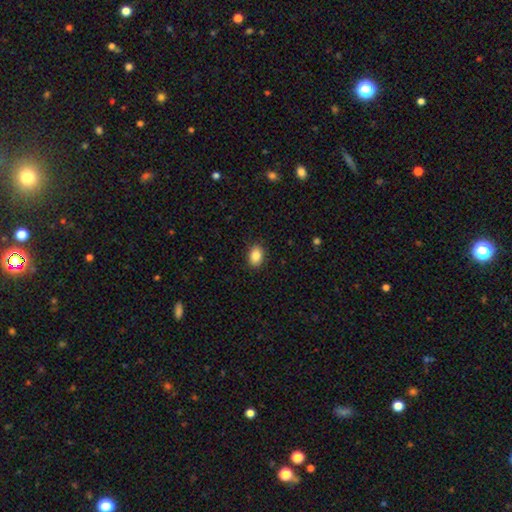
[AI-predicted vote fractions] Smooth or featured? smooth (87%)
How rounded? in between (78%)
Merging? none (89%)